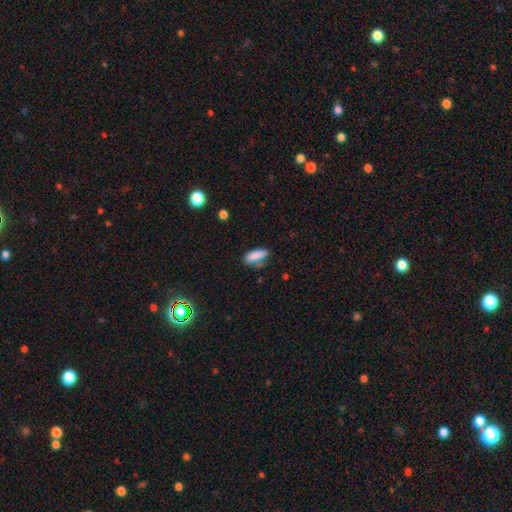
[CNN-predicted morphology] Smooth or featured?
  - smooth: 86% *
  - star or artifact: 8%
  - featured or disk: 6%
How rounded?
  - in between: 75% *
  - cigar-shaped: 23%
  - round: 2%
Merging?
  - none: 65% *
  - minor disturbance: 23%
  - merger: 7%
  - major disturbance: 5%